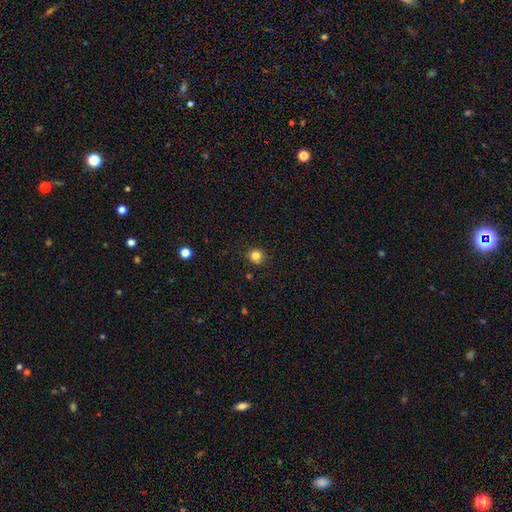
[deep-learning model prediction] Smooth or featured: smooth — 82% (star or artifact — 13%)
How rounded: round — 86% (in between — 13%)
Merging: none — 82% (minor disturbance — 12%)